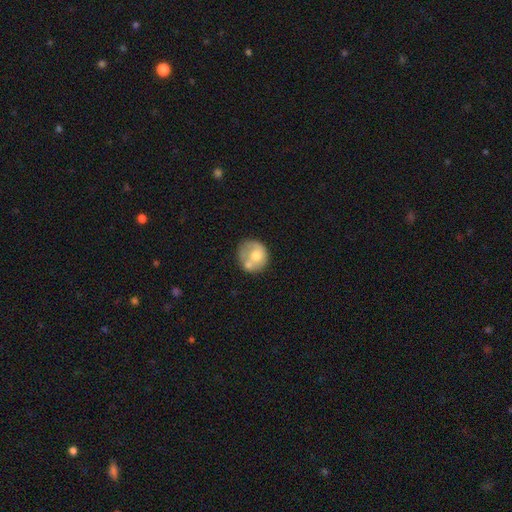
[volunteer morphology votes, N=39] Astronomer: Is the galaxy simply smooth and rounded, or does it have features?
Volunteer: featured or disk — 49% (runner-up: smooth, 46%).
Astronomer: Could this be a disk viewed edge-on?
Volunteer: no — 100%.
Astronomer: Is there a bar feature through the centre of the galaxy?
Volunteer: no — 89%.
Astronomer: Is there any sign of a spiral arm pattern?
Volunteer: no — 89%.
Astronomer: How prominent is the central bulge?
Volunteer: moderate — 74%.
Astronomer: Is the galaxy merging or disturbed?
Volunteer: merger — 49% (runner-up: none, 35%).